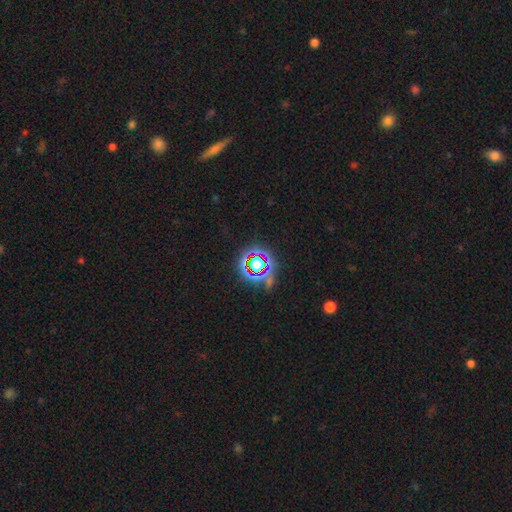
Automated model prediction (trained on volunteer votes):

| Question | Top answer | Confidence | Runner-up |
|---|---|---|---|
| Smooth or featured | star or artifact | 73% | smooth (16%) |